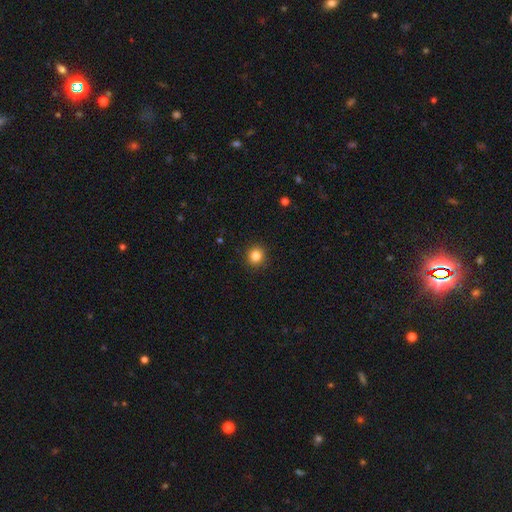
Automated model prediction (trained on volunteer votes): Morphology: type=smooth (84%); roundness=round (90%); merging=none (92%).